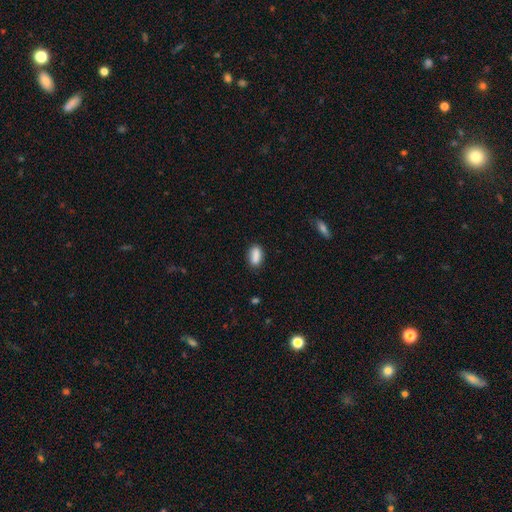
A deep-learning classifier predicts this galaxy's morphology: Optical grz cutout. It shows a smooth galaxy with no disk features (86%) that is in between round and cigar-shaped (85%). Merging: none (78%).